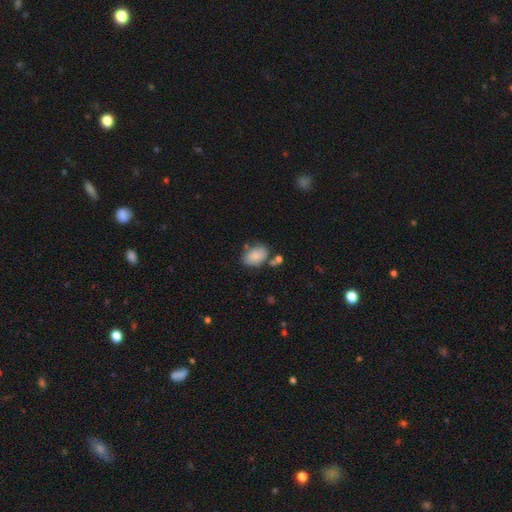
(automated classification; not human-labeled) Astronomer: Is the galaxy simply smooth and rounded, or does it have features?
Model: smooth — 77%.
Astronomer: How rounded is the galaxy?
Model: in between — 80%.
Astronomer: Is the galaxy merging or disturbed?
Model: none — 56%.